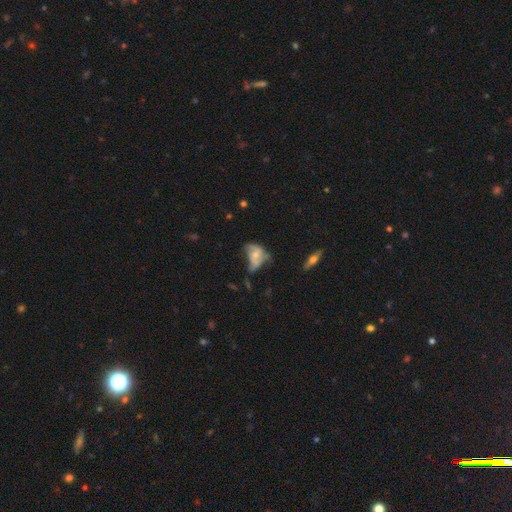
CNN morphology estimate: Smooth or featured: featured or disk — 46% (smooth — 43%)
Merging: major disturbance — 35% (minor disturbance — 26%)